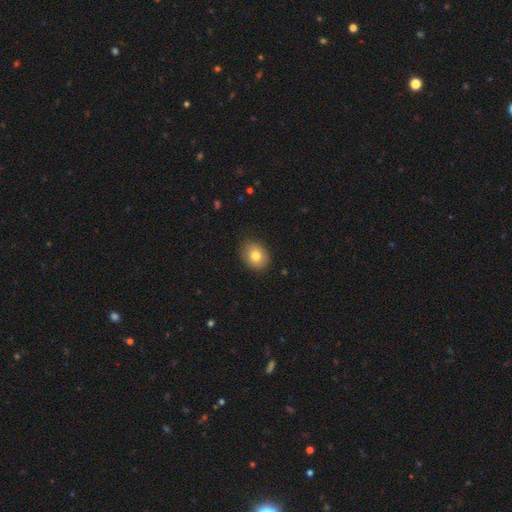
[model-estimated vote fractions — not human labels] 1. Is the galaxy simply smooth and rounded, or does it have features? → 79% smooth, 11% featured or disk, 9% star or artifact.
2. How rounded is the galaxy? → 50% in between, 49% round, 1% cigar-shaped.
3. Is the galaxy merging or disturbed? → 86% none, 11% minor disturbance, 2% major disturbance, 1% merger.